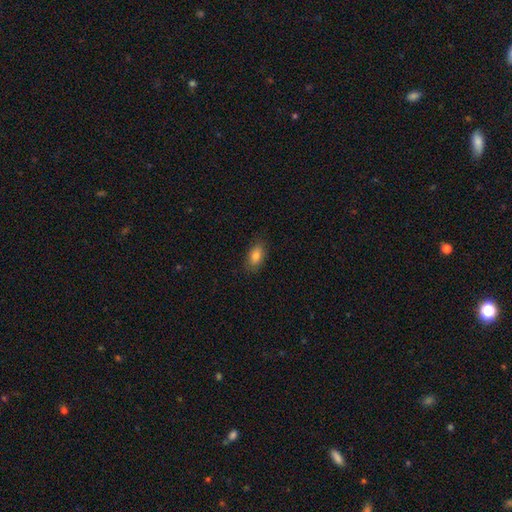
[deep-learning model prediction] A smooth galaxy with no disk features (83%) that is in between round and cigar-shaped (89%). Merging: none (84%).